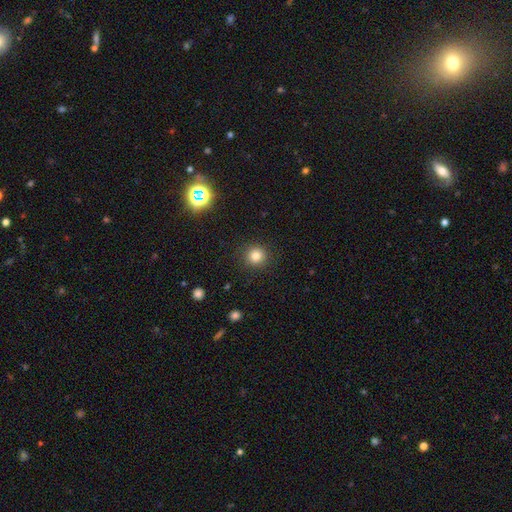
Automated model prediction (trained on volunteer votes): Smooth or featured? Predicted: smooth (p=0.80). How rounded? Predicted: round (p=0.93). Merging? Predicted: none (p=0.90).